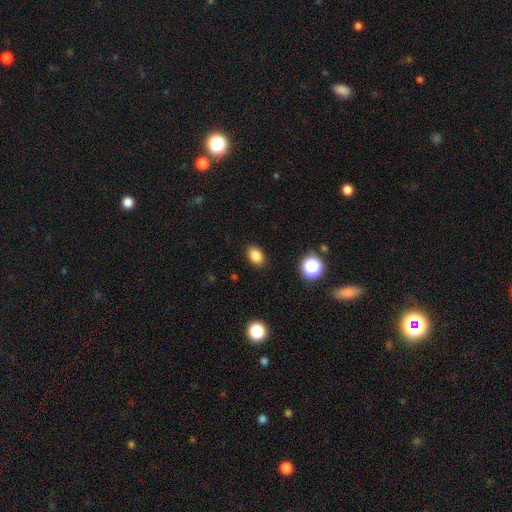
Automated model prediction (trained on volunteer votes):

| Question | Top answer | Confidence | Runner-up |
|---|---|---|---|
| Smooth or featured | smooth | 84% | star or artifact (12%) |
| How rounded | in between | 73% | round (26%) |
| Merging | none | 88% | minor disturbance (8%) |